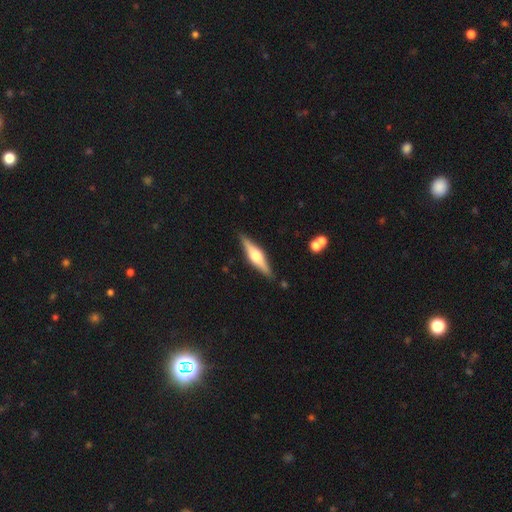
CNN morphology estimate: Overall: featured or disk (68%). Edge-on disk: yes (97%). Edge-on bulge: rounded (92%). Merging: none (88%).